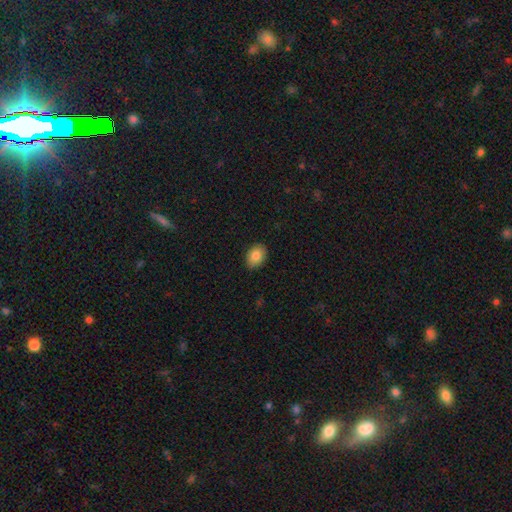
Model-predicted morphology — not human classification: smooth-or-featured: smooth: 86% | star or artifact: 7% | featured or disk: 6%
  how-rounded: in between: 80% | round: 19% | cigar-shaped: 1%
  merging: none: 88% | minor disturbance: 9% | major disturbance: 2% | merger: 1%